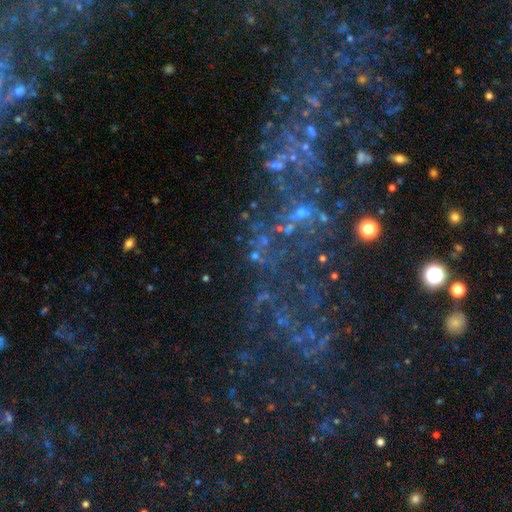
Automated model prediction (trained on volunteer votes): Q: Smooth or featured?
A: star or artifact (43%); runner-up: featured or disk (38%)